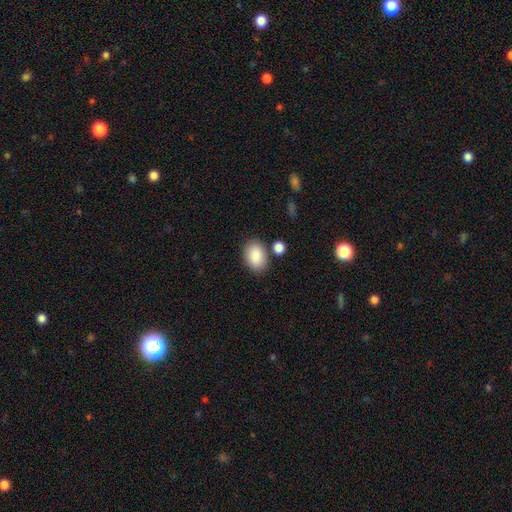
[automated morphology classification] Smooth or featured?
  - smooth: 87% *
  - star or artifact: 7%
  - featured or disk: 6%
How rounded?
  - in between: 83% *
  - round: 16%
  - cigar-shaped: 1%
Merging?
  - none: 79% *
  - minor disturbance: 11%
  - merger: 7%
  - major disturbance: 3%